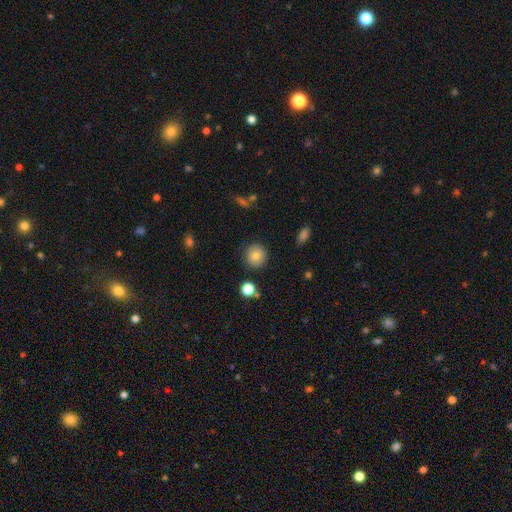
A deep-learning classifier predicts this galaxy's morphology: This is clearly a smooth galaxy (81%). How rounded: clearly round (91%). Merging: clearly none (88%).